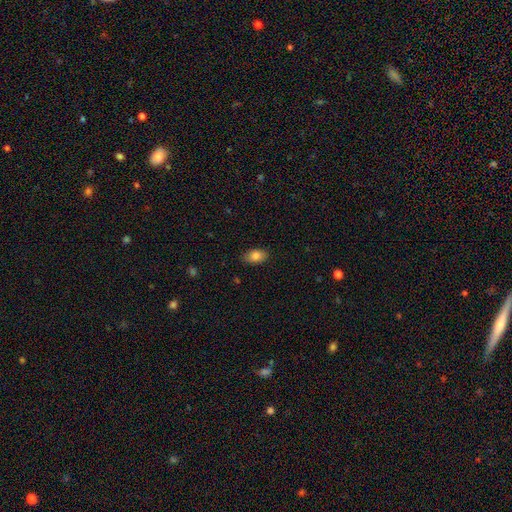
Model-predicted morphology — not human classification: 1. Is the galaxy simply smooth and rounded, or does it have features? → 85% smooth, 8% star or artifact, 7% featured or disk.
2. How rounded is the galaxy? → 90% in between, 9% round, 2% cigar-shaped.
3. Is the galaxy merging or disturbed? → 84% none, 12% minor disturbance, 3% major disturbance, 1% merger.